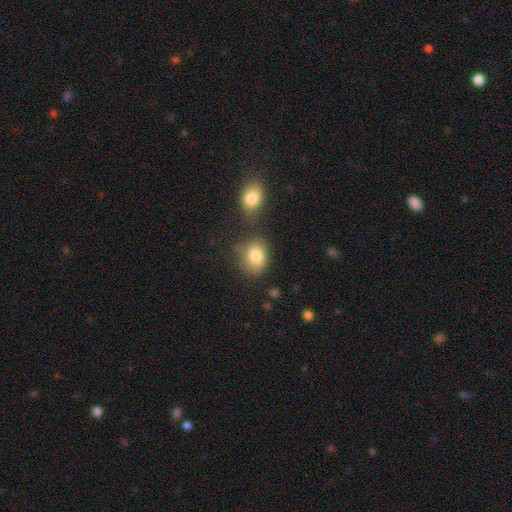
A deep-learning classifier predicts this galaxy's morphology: Overall: smooth (81%). How rounded: in between (50%; round 49%). Merging: none (61%).